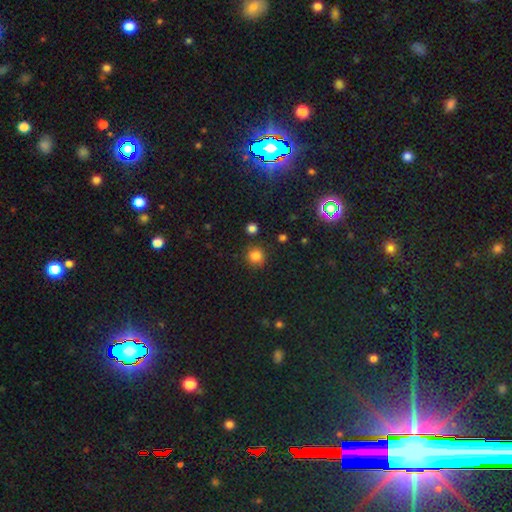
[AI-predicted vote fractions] A smooth galaxy with no disk features (81%) that is round (91%). Merging: none (84%).